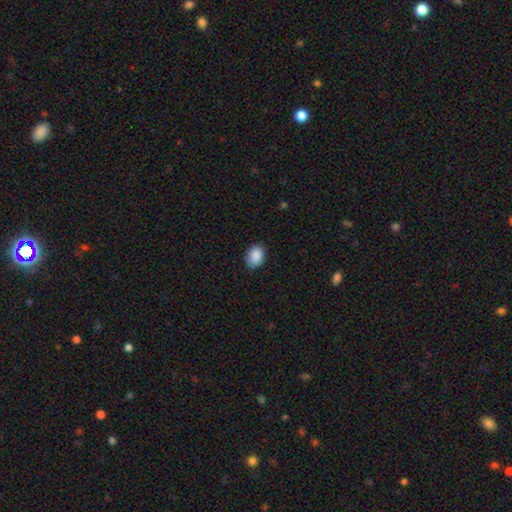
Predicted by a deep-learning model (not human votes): A smooth galaxy with no disk features (89%) that is in between round and cigar-shaped (69%). Merging: none (85%).